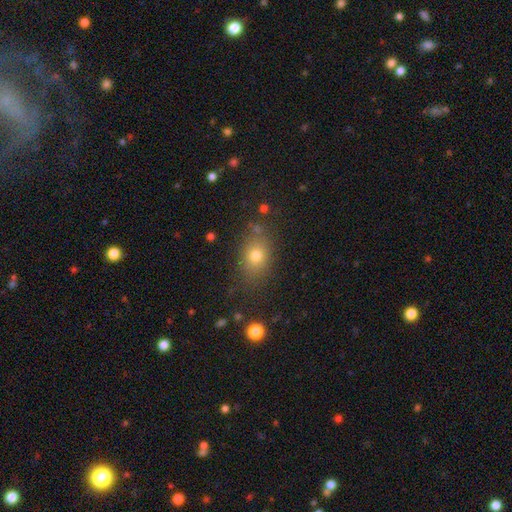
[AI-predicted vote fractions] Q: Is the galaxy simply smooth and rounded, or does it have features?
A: smooth — 74%.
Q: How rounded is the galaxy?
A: in between — 65%.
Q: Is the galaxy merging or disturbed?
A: none — 78%.